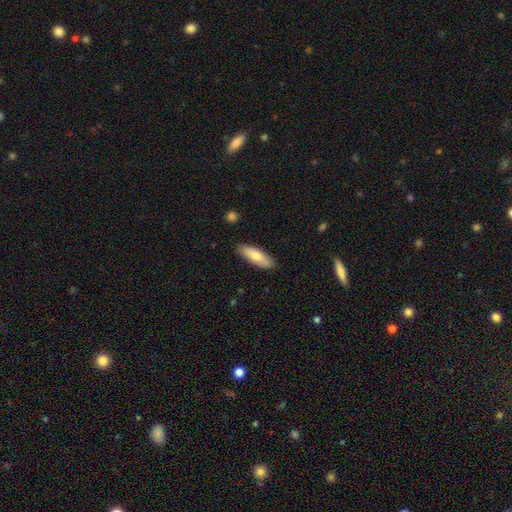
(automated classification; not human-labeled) Overall: smooth (71%). How rounded: in between (55%; cigar-shaped 43%). Merging: none (87%).